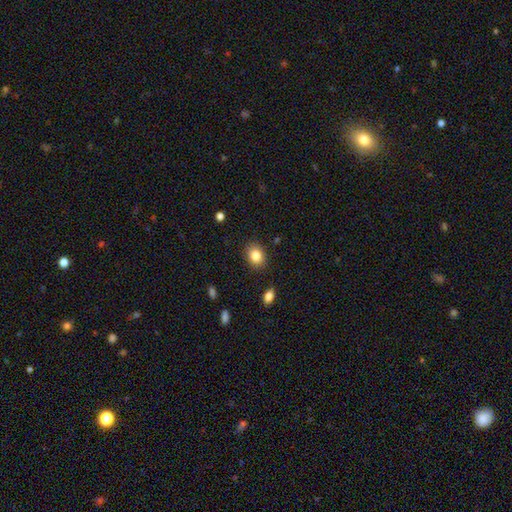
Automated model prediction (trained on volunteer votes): A smooth galaxy with no disk features (84%) that is in between round and cigar-shaped (57%). Merging: none (87%).